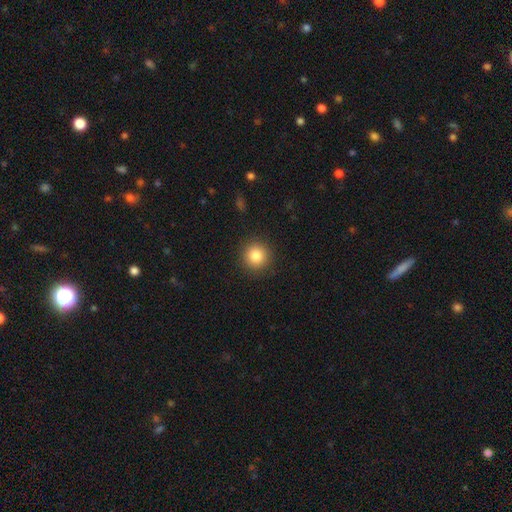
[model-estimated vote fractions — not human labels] Smooth or featured: smooth — 84% (star or artifact — 10%)
How rounded: round — 94% (in between — 5%)
Merging: none — 91% (minor disturbance — 6%)